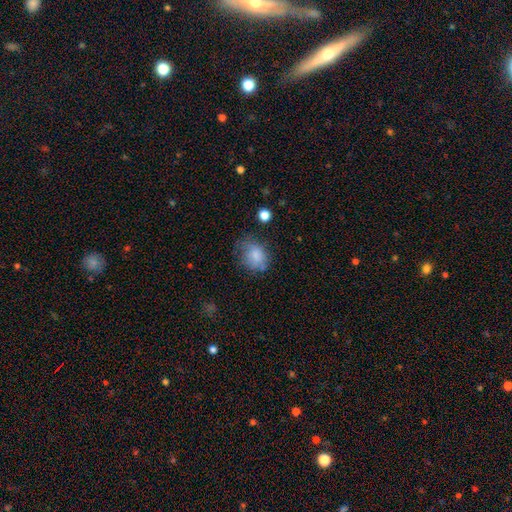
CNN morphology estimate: Q: Smooth or featured?
A: smooth (79%); runner-up: featured or disk (11%)
Q: How rounded?
A: in between (53%); runner-up: round (46%)
Q: Merging?
A: none (54%); runner-up: minor disturbance (29%)